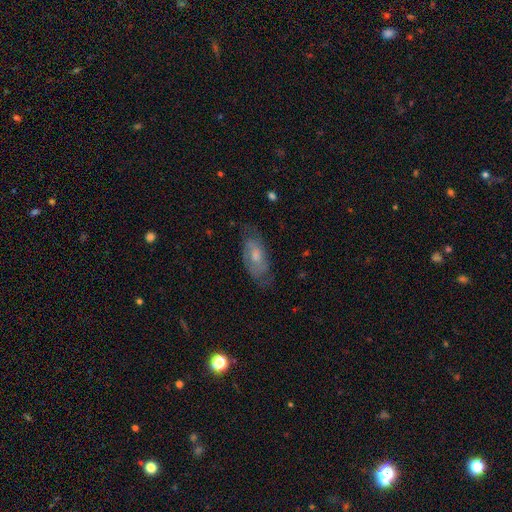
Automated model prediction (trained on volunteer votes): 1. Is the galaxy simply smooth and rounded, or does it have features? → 50% featured or disk, 43% smooth, 8% star or artifact.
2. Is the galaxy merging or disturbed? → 67% none, 23% minor disturbance, 9% major disturbance, 1% merger.